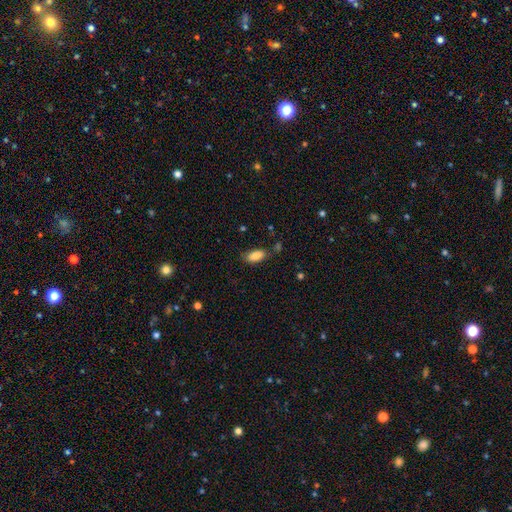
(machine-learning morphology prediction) smooth-or-featured: smooth: 86% | star or artifact: 8% | featured or disk: 6%
  how-rounded: in between: 89% | cigar-shaped: 8% | round: 2%
  merging: none: 70% | minor disturbance: 20% | major disturbance: 5% | merger: 4%